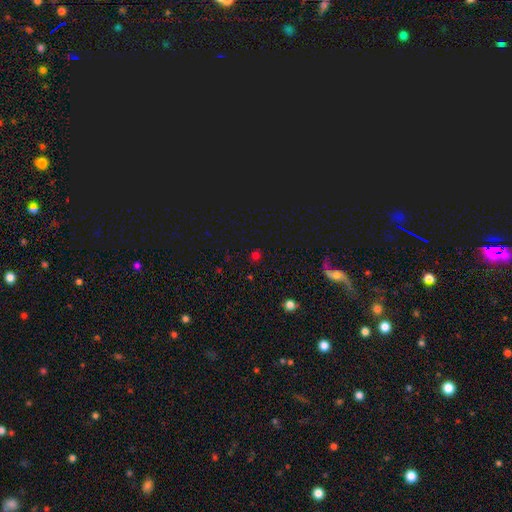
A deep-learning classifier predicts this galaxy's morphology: Smooth or featured? smooth (53%)
How rounded? round (83%)
Merging? none (84%)